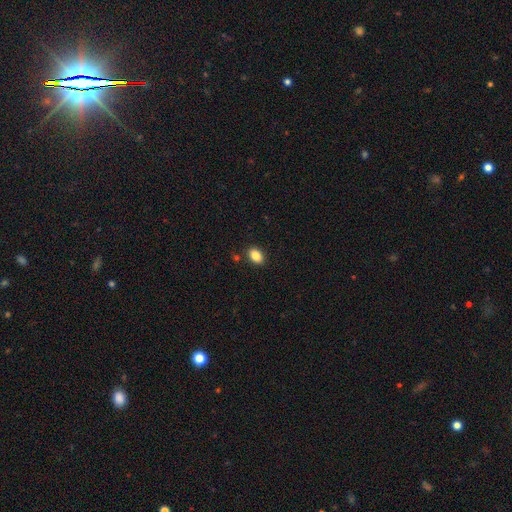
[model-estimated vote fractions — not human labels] The model was most divided on "how rounded": in between: 81%, round: 18%, cigar-shaped: 1%. More confident: merging — none (87%); smooth or featured — smooth (86%).